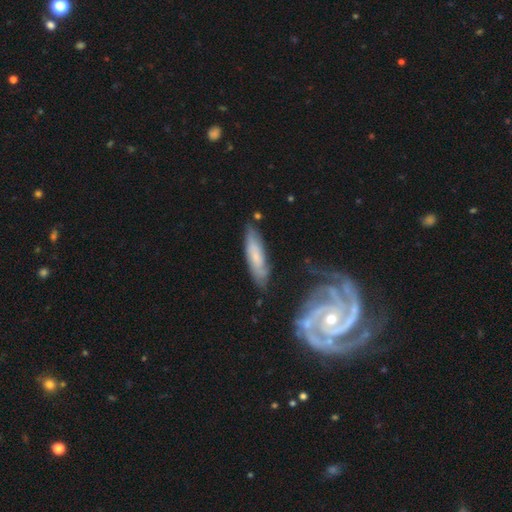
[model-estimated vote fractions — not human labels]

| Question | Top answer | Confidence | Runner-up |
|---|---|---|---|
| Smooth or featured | smooth | 48% | featured or disk (45%) |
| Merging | none | 71% | minor disturbance (19%) |